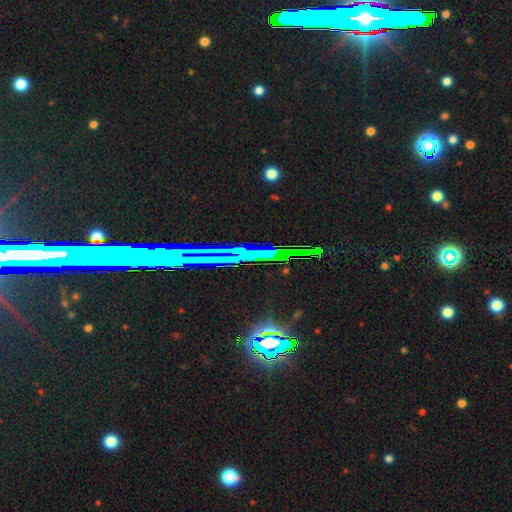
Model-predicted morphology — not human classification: type=star or artifact (74%).